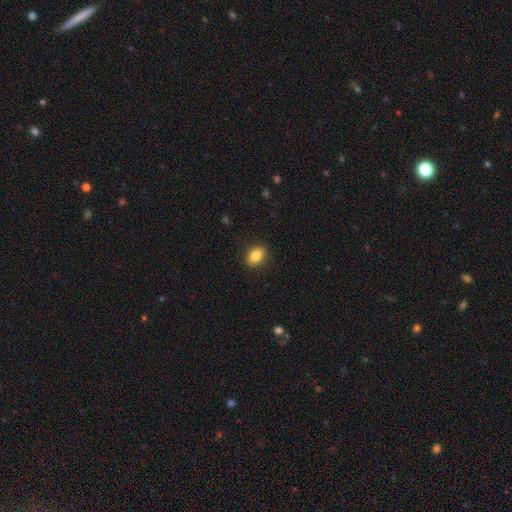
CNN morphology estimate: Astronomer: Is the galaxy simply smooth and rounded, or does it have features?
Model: smooth — 85%.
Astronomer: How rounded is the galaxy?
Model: in between — 81%.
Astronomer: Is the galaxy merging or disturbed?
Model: none — 88%.